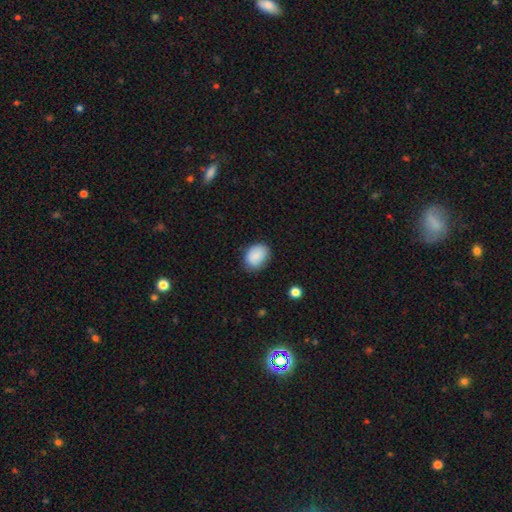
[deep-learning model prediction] This appears to be a smooth galaxy with no disk features (88%) that is in between round and cigar-shaped (69%). Merging: none (78%).